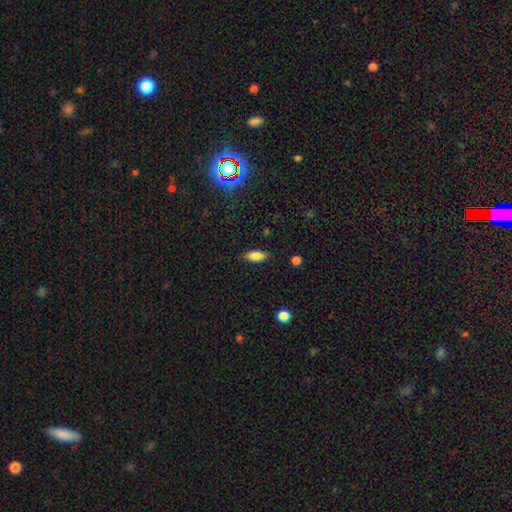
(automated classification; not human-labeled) This appears to be a smooth galaxy with no disk features (80%) that is in between round and cigar-shaped (81%). Merging: none (85%).